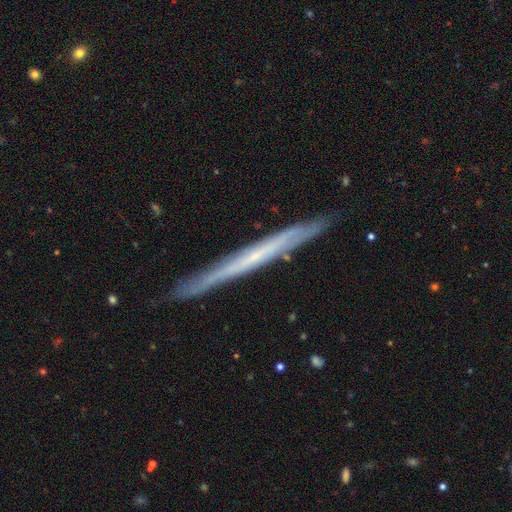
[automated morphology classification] Overall: featured or disk (66%; smooth 28%). Edge-on disk: yes (95%). Edge-on bulge: none (85%). Merging: none (88%).